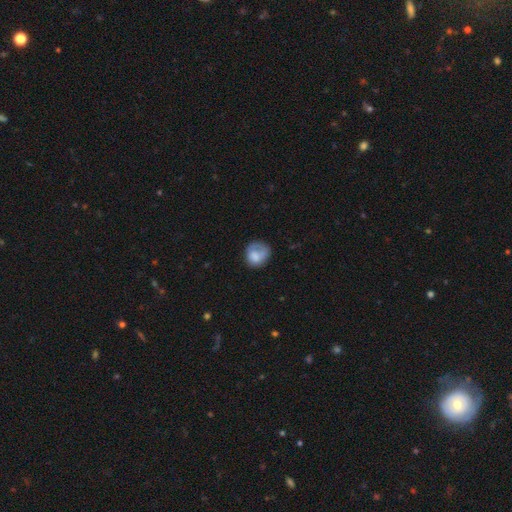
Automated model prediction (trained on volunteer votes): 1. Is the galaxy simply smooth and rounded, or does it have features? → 70% smooth, 23% featured or disk, 8% star or artifact.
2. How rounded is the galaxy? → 70% round, 30% in between, 1% cigar-shaped.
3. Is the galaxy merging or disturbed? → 47% none, 27% minor disturbance, 23% major disturbance, 2% merger.